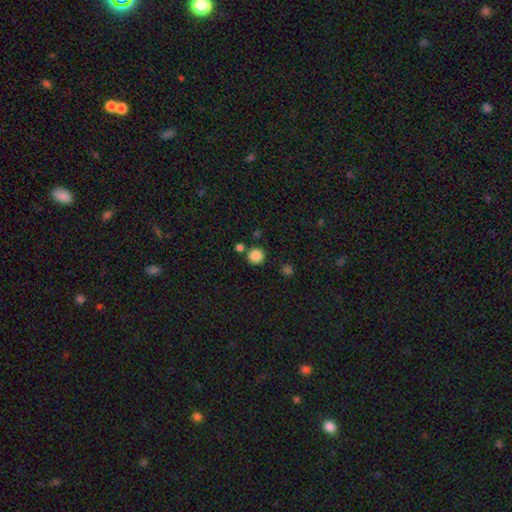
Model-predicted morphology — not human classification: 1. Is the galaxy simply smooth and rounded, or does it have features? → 85% smooth, 11% star or artifact, 4% featured or disk.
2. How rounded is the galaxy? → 93% round, 6% in between, 1% cigar-shaped.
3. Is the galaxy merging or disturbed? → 81% none, 9% merger, 8% minor disturbance, 3% major disturbance.